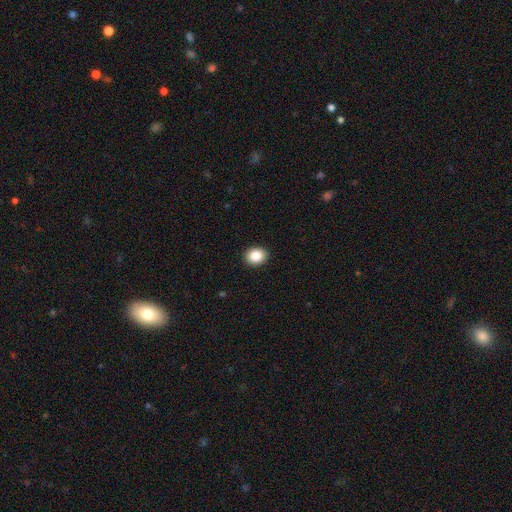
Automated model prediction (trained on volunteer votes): This is clearly a smooth galaxy (87%). How rounded: possibly round (59%). Merging: clearly none (92%).